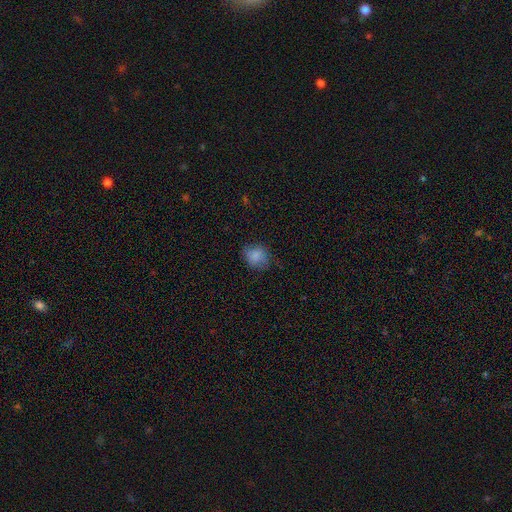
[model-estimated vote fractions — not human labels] Overall: smooth (83%). How rounded: round (66%; in between 33%). Merging: none (73%).